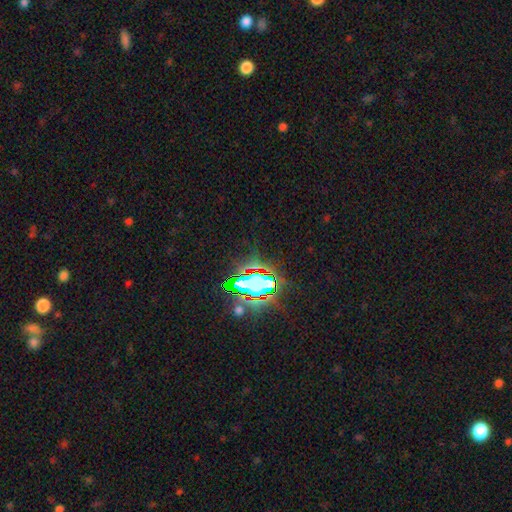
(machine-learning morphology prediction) smooth-or-featured: star or artifact: 77% | smooth: 13% | featured or disk: 10%